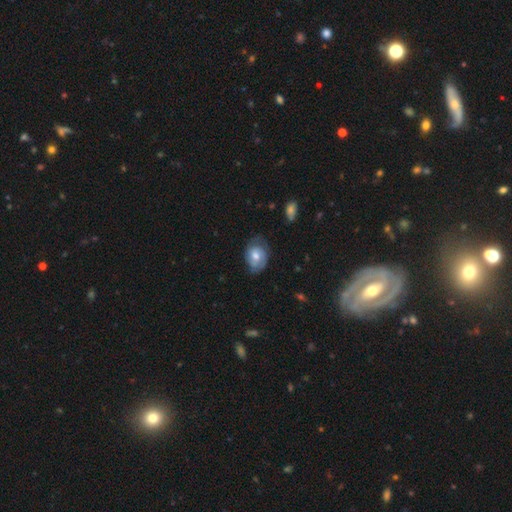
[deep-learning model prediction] Q: Smooth or featured?
A: smooth (48%); runner-up: featured or disk (46%)
Q: Merging?
A: none (58%); runner-up: minor disturbance (30%)